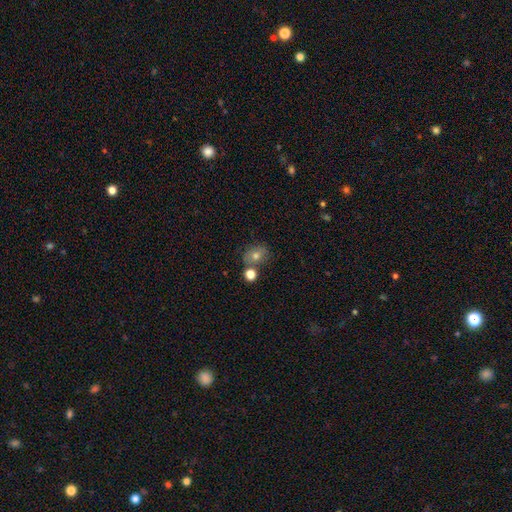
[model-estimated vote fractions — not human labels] smooth-or-featured: smooth: 69% | featured or disk: 16% | star or artifact: 15%
  how-rounded: round: 53% | in between: 46% | cigar-shaped: 1%
  merging: none: 65% | merger: 17% | minor disturbance: 13% | major disturbance: 4%